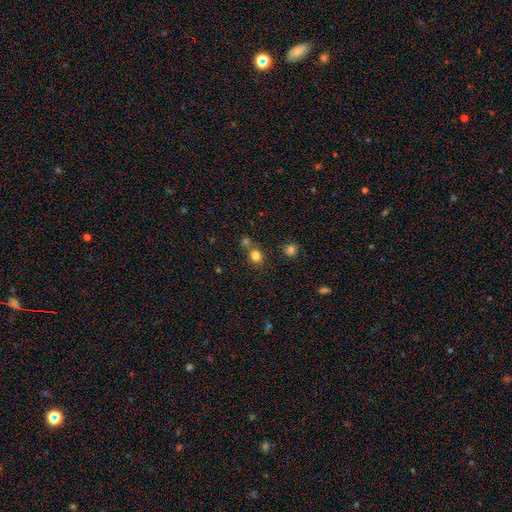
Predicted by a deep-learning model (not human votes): Q: Smooth or featured?
A: smooth (80%); runner-up: star or artifact (14%)
Q: How rounded?
A: round (77%); runner-up: in between (22%)
Q: Merging?
A: none (61%); runner-up: merger (26%)